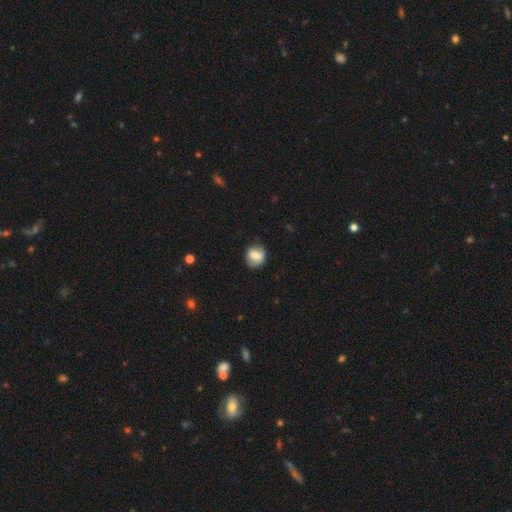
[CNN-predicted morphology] smooth_or_featured: smooth (p=0.68) [alt: featured or disk p=0.24]
how_rounded: round (p=0.69) [alt: in between p=0.30]
merging: none (p=0.73) [alt: minor disturbance p=0.20]